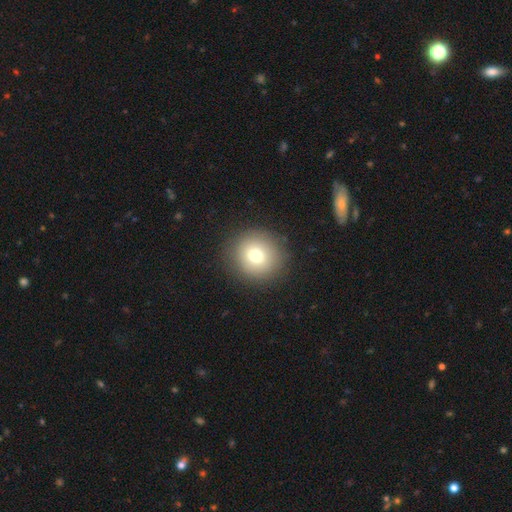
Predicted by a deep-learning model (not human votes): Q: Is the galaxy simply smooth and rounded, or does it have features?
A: smooth — 75%.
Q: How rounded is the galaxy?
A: round — 93%.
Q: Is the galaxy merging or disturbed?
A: none — 89%.